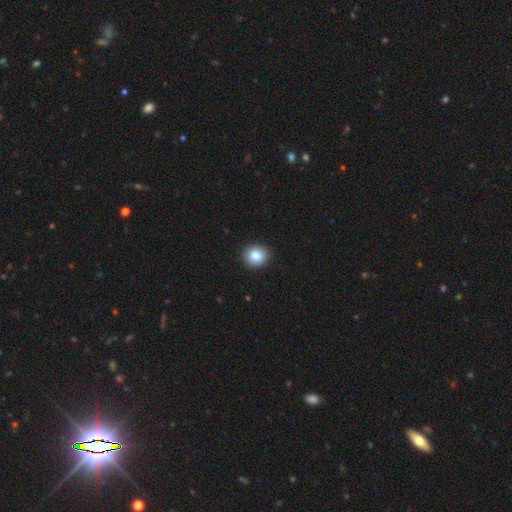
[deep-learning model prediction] Smooth or featured? smooth (87%)
How rounded? round (79%)
Merging? none (91%)